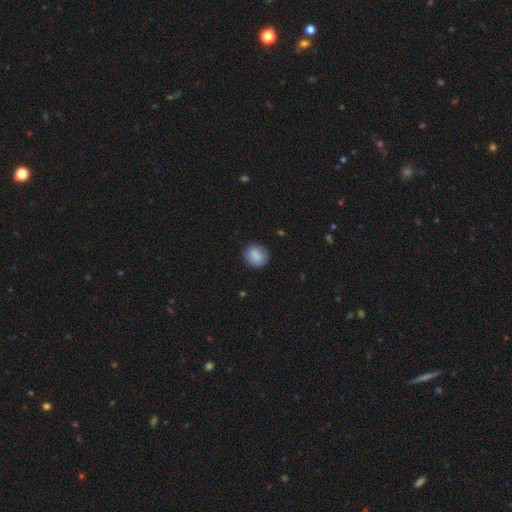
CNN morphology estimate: Q: Smooth or featured?
A: smooth (87%); runner-up: star or artifact (8%)
Q: How rounded?
A: round (79%); runner-up: in between (20%)
Q: Merging?
A: none (86%); runner-up: minor disturbance (11%)